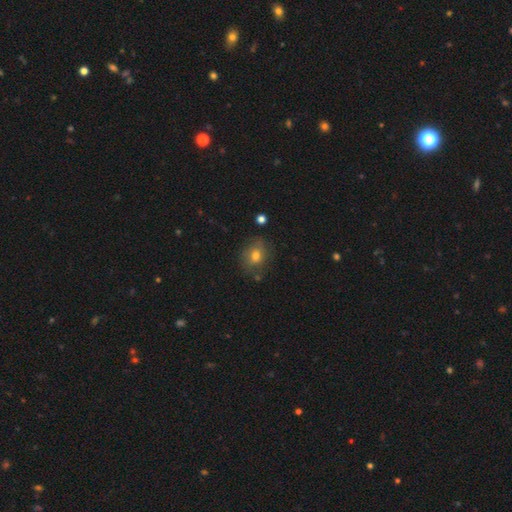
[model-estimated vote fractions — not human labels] Overall: smooth (72%). How rounded: round (63%; in between 36%). Merging: none (72%).